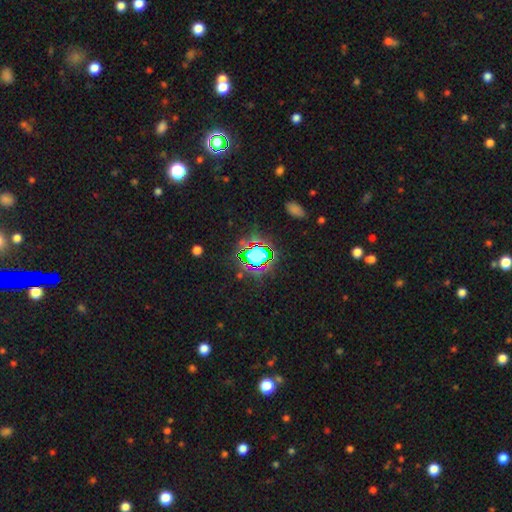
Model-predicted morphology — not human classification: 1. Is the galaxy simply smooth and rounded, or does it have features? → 66% star or artifact, 23% smooth, 12% featured or disk.